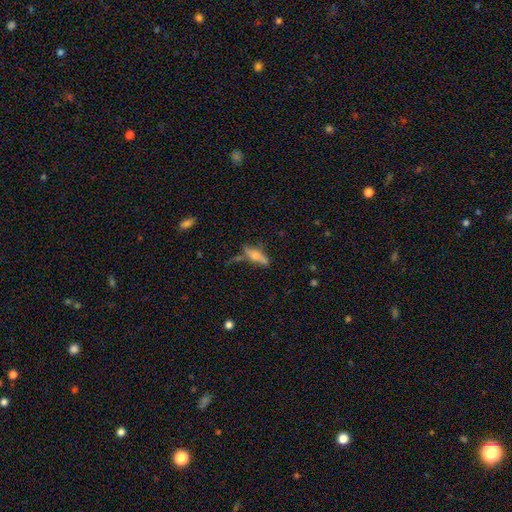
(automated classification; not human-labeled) smooth 50%, featured or disk 40%, star or artifact 10%. Down the decision tree: how rounded — cigar-shaped (62%); merging — none (52%).